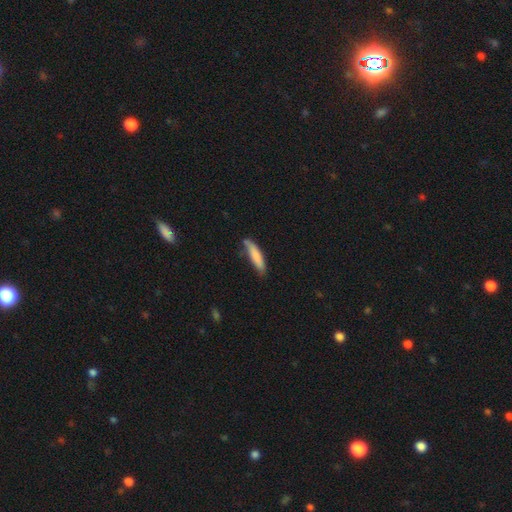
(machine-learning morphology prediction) A smooth galaxy with no disk features (79%) that is cigar-shaped (80%). Merging: none (67%).